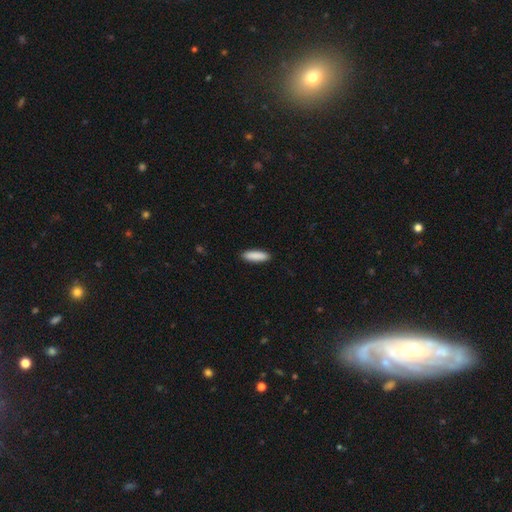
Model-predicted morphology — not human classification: smooth-or-featured: smooth: 90% | star or artifact: 5% | featured or disk: 5%
  how-rounded: cigar-shaped: 61% | in between: 38% | round: 2%
  merging: none: 91% | minor disturbance: 7% | major disturbance: 2% | merger: 1%